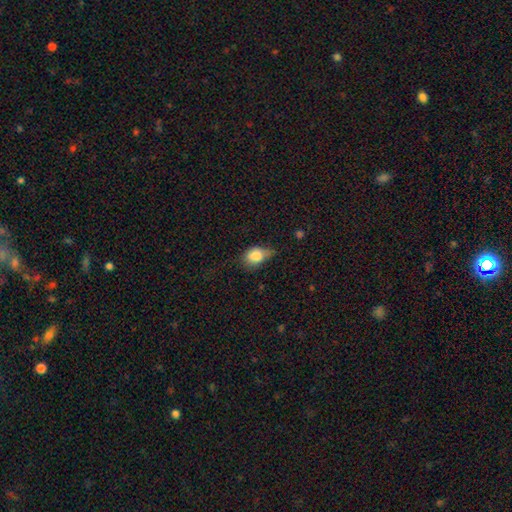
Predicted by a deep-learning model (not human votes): Smooth or featured? smooth (83%)
How rounded? in between (71%)
Merging? minor disturbance (46%)